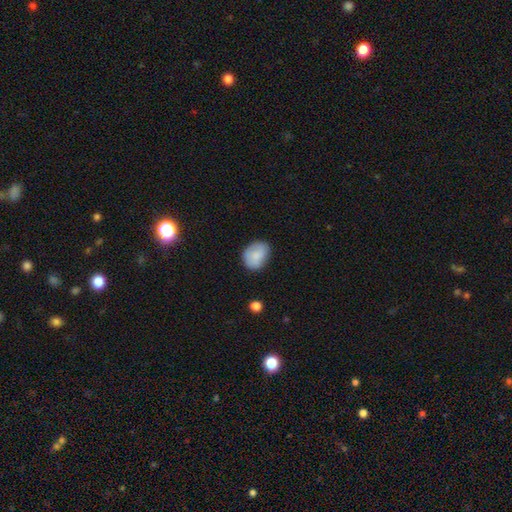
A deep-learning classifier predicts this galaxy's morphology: type=smooth (83%); roundness=in between (60%); merging=none (71%).